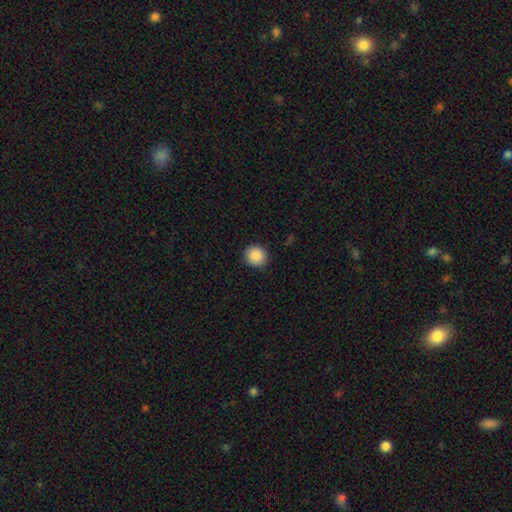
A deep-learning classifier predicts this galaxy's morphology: type=smooth (89%); roundness=round (87%); merging=none (91%).